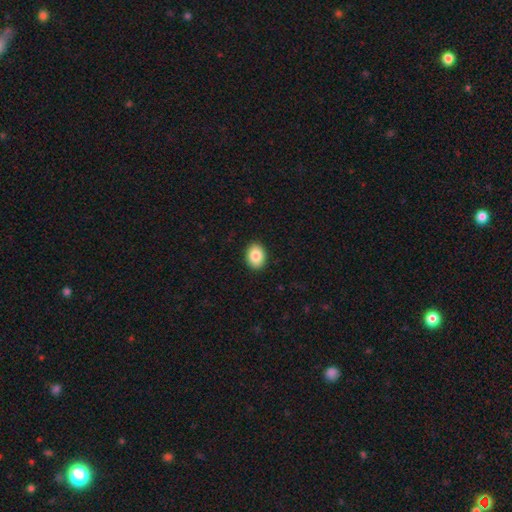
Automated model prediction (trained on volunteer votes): smooth-or-featured: smooth: 86% | star or artifact: 7% | featured or disk: 6%
  how-rounded: in between: 67% | round: 32% | cigar-shaped: 1%
  merging: none: 91% | minor disturbance: 6% | major disturbance: 2% | merger: 1%